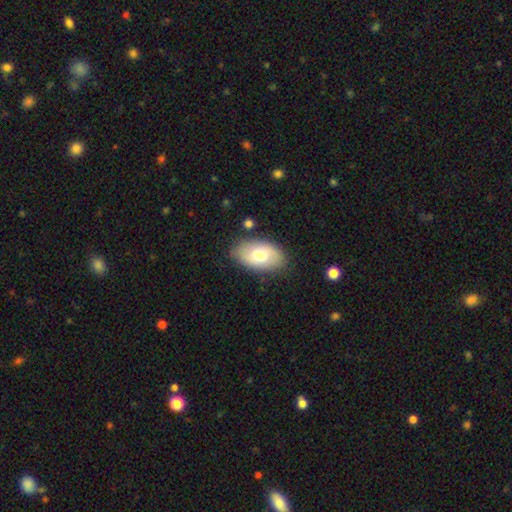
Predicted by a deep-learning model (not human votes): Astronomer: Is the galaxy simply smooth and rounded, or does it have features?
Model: smooth — 70%.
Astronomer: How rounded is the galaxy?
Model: in between — 94%.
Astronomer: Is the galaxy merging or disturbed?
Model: none — 82%.